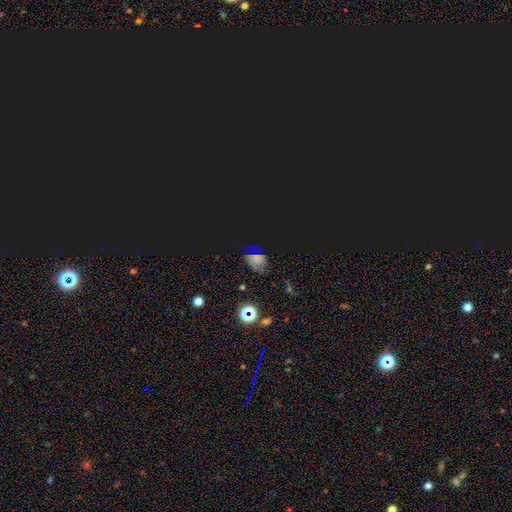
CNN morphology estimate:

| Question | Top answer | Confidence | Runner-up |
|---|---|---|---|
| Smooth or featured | star or artifact | 54% | smooth (31%) |